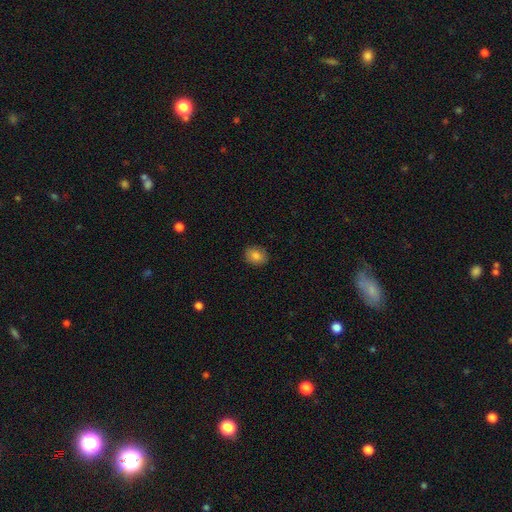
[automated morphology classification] Q: Smooth or featured?
A: smooth (84%); runner-up: star or artifact (9%)
Q: How rounded?
A: round (52%); runner-up: in between (47%)
Q: Merging?
A: none (89%); runner-up: minor disturbance (8%)